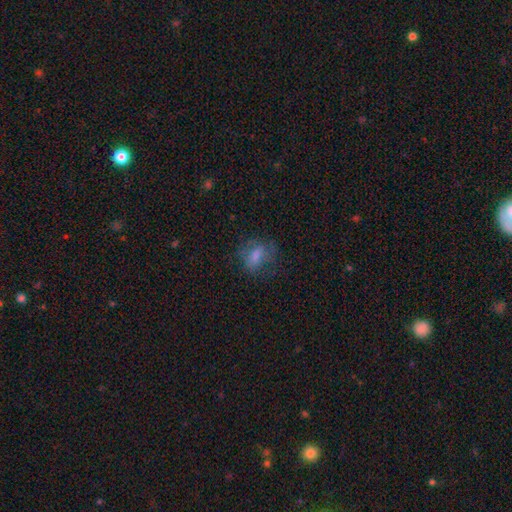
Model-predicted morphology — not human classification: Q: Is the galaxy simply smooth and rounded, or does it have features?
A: smooth — 63%.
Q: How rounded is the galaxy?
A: in between — 69%.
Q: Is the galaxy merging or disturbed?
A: none — 57%.